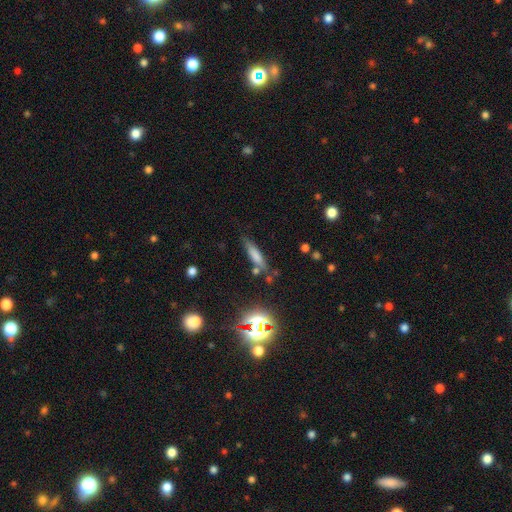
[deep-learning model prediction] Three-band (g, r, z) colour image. It shows a smooth galaxy with no disk features (66%) that is cigar-shaped (72%). Merging: none (68%).